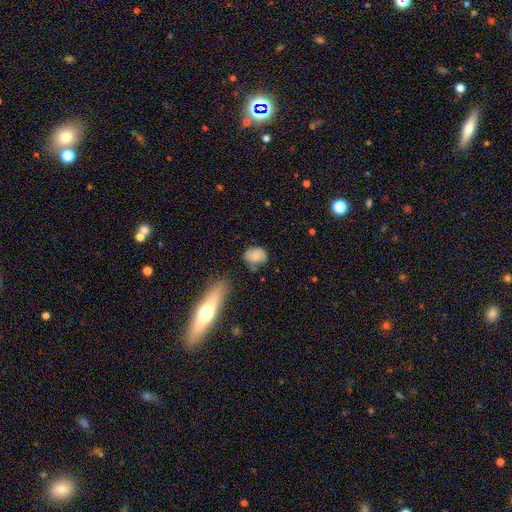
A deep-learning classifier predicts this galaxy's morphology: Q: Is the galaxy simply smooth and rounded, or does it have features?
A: smooth — 70%.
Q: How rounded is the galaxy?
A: in between — 55%.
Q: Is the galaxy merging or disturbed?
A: none — 59%.